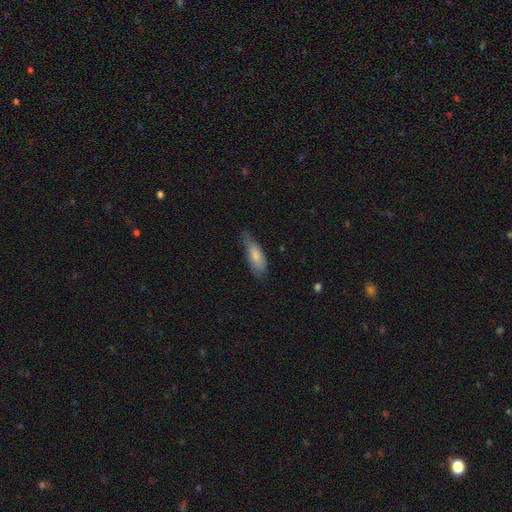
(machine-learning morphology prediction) smooth 77%, featured or disk 17%, star or artifact 6%. Down the decision tree: how rounded — in between (63%); merging — none (47%).